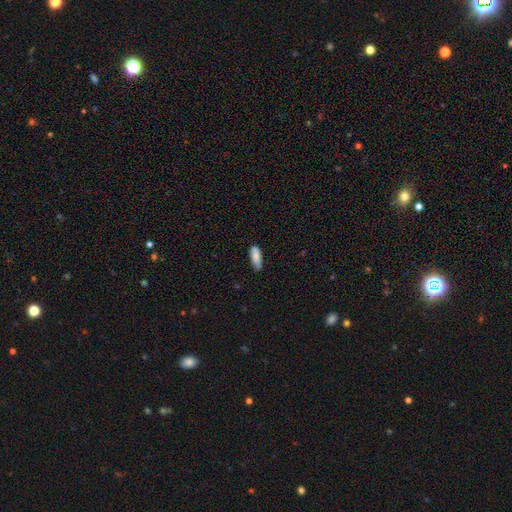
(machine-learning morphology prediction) A smooth galaxy with no disk features (84%) that is in between round and cigar-shaped (59%). Merging: none (73%).